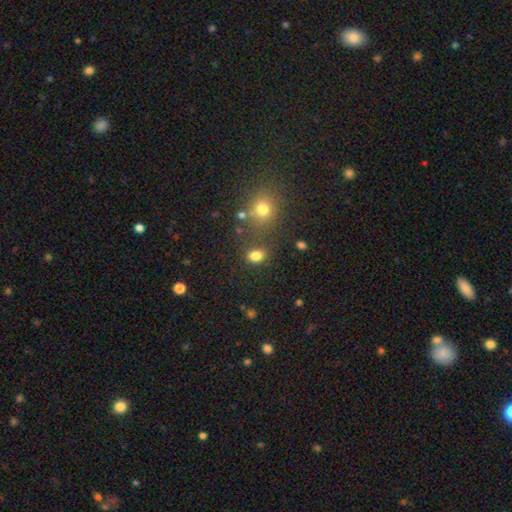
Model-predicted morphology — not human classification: Smooth or featured? Predicted: smooth (p=0.81). How rounded? Predicted: in between (p=0.59). Merging? Predicted: none (p=0.71).